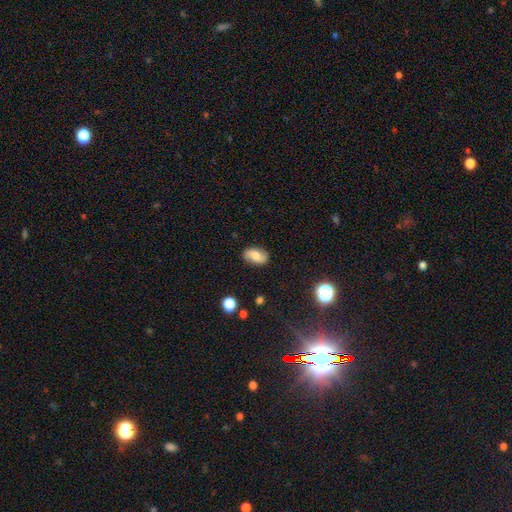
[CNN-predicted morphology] Overall: smooth (56%; featured or disk 35%). How rounded: in between (89%). Merging: none (82%).